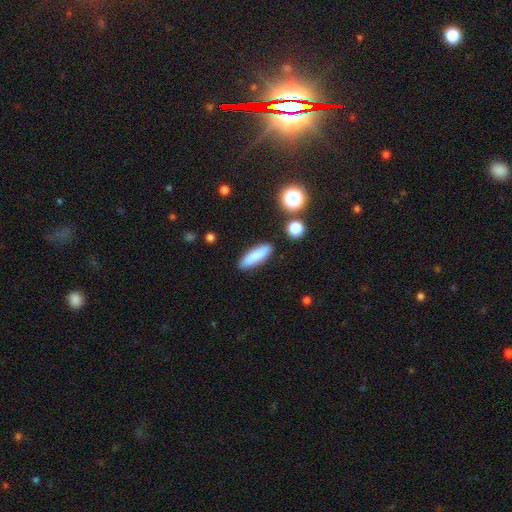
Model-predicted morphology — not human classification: Smooth or featured: smooth — 84% (featured or disk — 8%)
How rounded: cigar-shaped — 60% (in between — 38%)
Merging: none — 87% (minor disturbance — 9%)